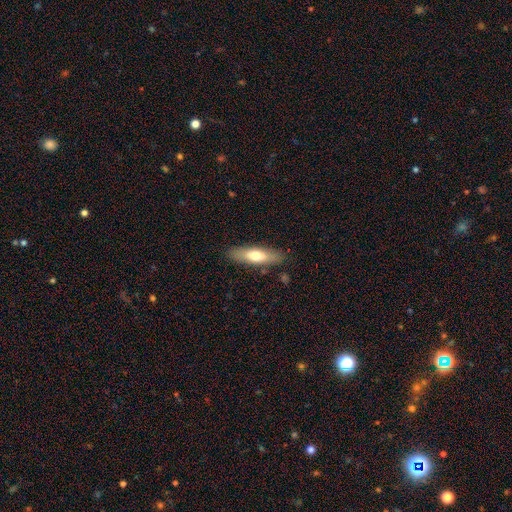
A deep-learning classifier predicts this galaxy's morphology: smooth_or_featured: smooth (p=0.64) [alt: featured or disk p=0.30]
how_rounded: cigar-shaped (p=0.58) [alt: in between p=0.40]
merging: none (p=0.86) [alt: minor disturbance p=0.10]